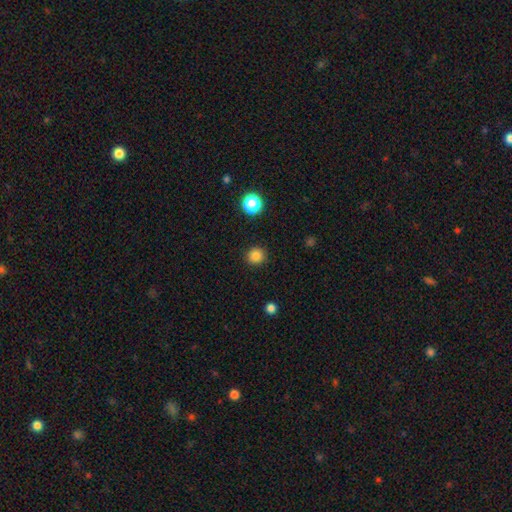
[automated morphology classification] A smooth galaxy with no disk features (84%) that is round (93%). Merging: none (92%).